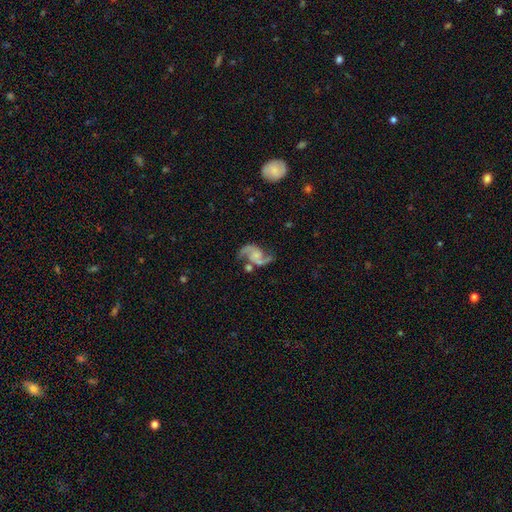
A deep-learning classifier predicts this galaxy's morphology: Q: Smooth or featured?
A: featured or disk (88%); runner-up: smooth (6%)
Q: Edge-on disk?
A: no (98%); runner-up: yes (2%)
Q: Bar?
A: no (63%); runner-up: weak (29%)
Q: Spiral arms?
A: yes (97%); runner-up: no (3%)
Q: Spiral winding?
A: loose (57%); runner-up: medium (36%)
Q: Spiral arm count?
A: 2 (93%); runner-up: 1 (2%)
Q: Bulge size?
A: none (40%); runner-up: small (35%)
Q: Merging?
A: none (59%); runner-up: minor disturbance (17%)